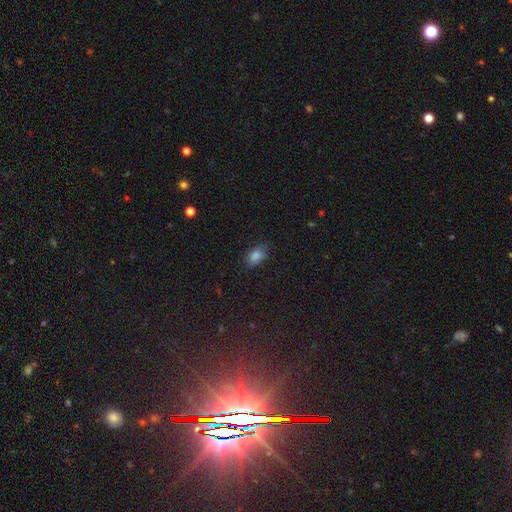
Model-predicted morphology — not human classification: Overall: smooth (77%). How rounded: in between (86%). Merging: none (77%).